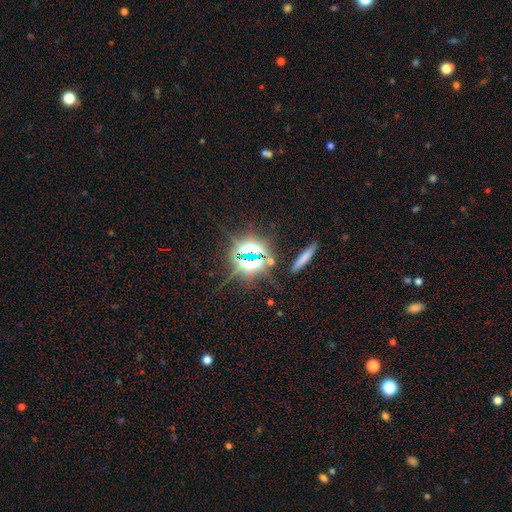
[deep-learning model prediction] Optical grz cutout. It shows a star or artifact, not a galaxy (73%).